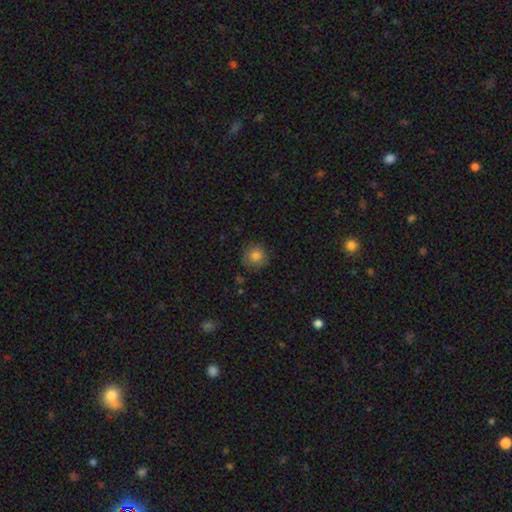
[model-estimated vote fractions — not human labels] Smooth or featured: smooth — 82% (star or artifact — 10%)
How rounded: round — 90% (in between — 9%)
Merging: none — 79% (minor disturbance — 16%)